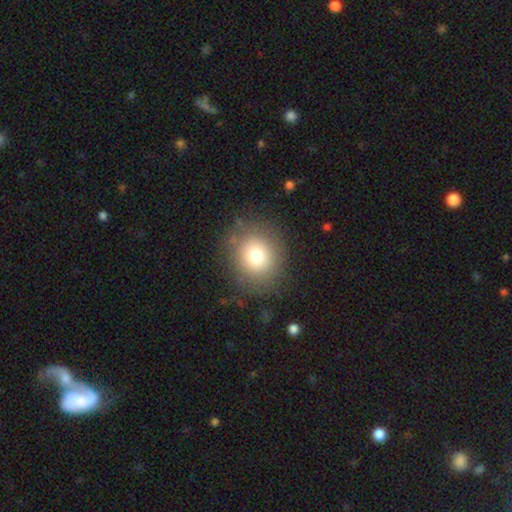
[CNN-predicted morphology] smooth 76%, featured or disk 12%, star or artifact 12%. Down the decision tree: how rounded — round (84%); merging — none (81%).